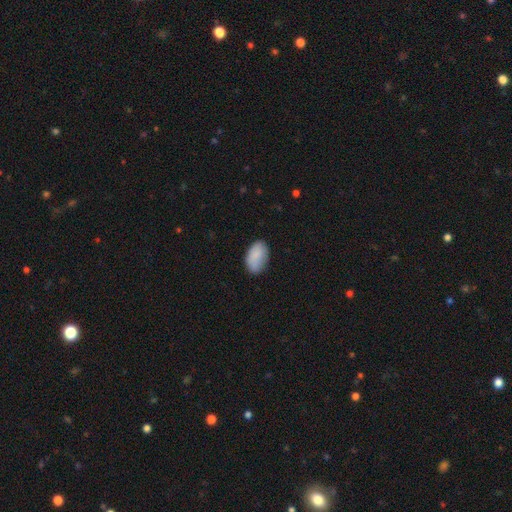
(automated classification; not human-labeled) This is clearly a smooth galaxy (87%). How rounded: clearly in between (93%). Merging: likely none (75%).